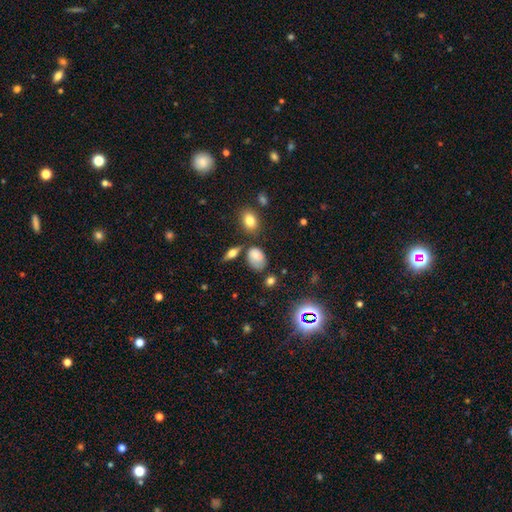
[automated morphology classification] This is likely a smooth galaxy (69%). How rounded: likely in between (79%). Merging: possibly none (56%).